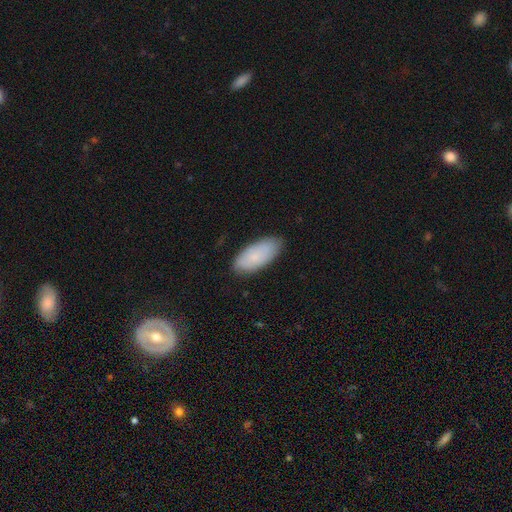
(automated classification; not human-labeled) This appears to be a smooth galaxy with no disk features (79%) that is in between round and cigar-shaped (91%). Merging: none (82%).